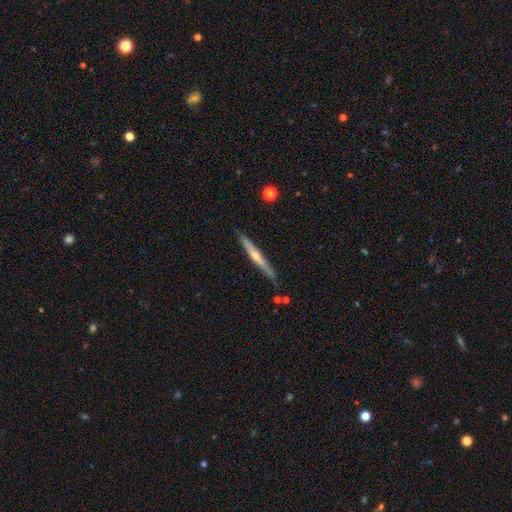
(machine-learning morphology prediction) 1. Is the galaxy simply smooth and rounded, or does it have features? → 63% featured or disk, 31% smooth, 6% star or artifact.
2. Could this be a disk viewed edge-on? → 96% yes, 4% no.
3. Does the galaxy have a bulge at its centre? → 70% rounded, 26% none, 4% boxy.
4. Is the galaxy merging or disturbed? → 84% none, 12% minor disturbance, 2% merger, 2% major disturbance.